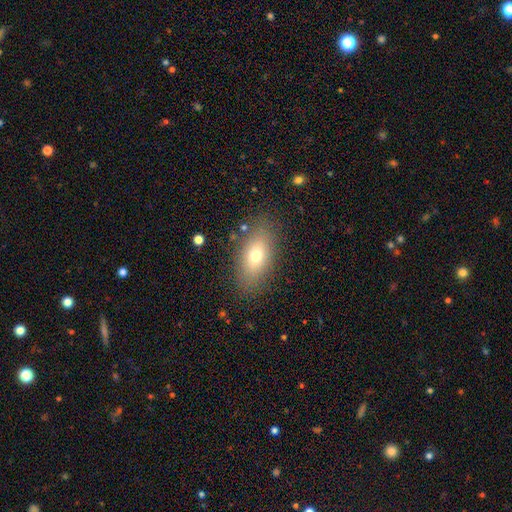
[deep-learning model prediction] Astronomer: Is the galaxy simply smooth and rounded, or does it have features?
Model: smooth — 71%.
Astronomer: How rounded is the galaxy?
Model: in between — 85%.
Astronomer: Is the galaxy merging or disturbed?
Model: none — 84%.